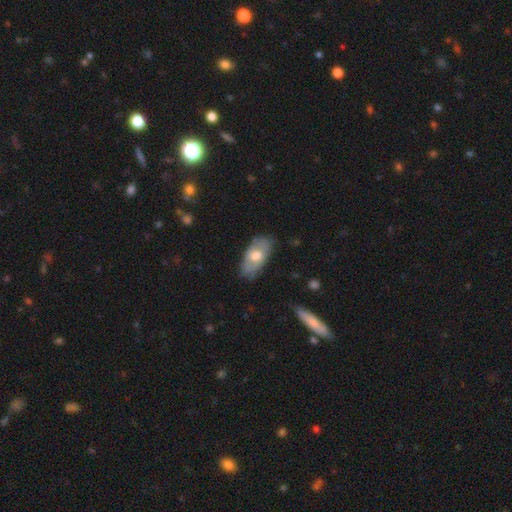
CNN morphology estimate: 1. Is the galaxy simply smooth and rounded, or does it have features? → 57% smooth, 37% featured or disk, 6% star or artifact.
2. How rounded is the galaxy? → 92% in between, 4% cigar-shaped, 4% round.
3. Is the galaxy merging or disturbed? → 76% none, 18% minor disturbance, 4% major disturbance, 1% merger.